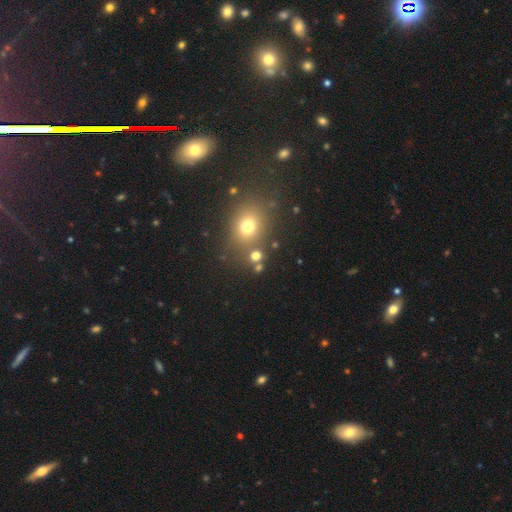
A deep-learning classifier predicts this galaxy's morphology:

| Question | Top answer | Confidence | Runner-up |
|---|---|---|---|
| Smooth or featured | smooth | 68% | star or artifact (22%) |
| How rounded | round | 75% | in between (23%) |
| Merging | none | 70% | merger (16%) |